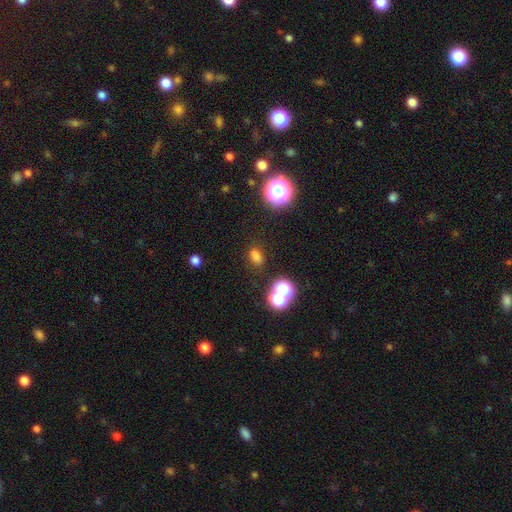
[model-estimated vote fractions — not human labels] Morphology: type=smooth (71%); roundness=in between (68%); merging=none (73%).